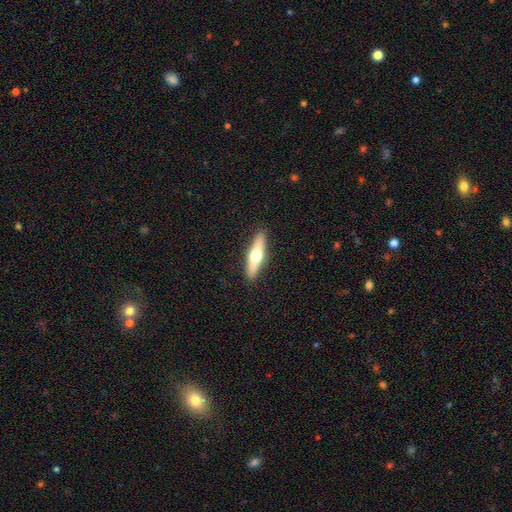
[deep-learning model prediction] Smooth or featured? Predicted: featured or disk (p=0.54). Edge-on disk? Predicted: yes (p=0.94). Edge-on bulge? Predicted: rounded (p=0.95). Merging? Predicted: none (p=0.90).